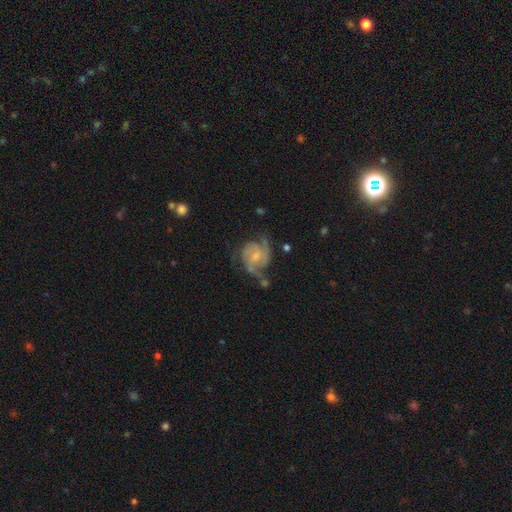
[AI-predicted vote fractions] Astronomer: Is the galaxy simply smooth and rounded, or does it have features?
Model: featured or disk — 75%.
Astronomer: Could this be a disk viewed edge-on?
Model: no — 98%.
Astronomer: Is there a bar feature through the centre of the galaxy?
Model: no — 52% (runner-up: weak, 40%).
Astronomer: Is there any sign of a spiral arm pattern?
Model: yes — 91%.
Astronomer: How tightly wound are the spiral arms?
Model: medium — 47% (runner-up: tight, 32%).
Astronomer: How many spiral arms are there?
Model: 2 — 53%.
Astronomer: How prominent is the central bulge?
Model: small — 40% (runner-up: moderate, 34%).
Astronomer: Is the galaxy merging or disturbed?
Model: none — 47% (runner-up: minor disturbance, 25%).